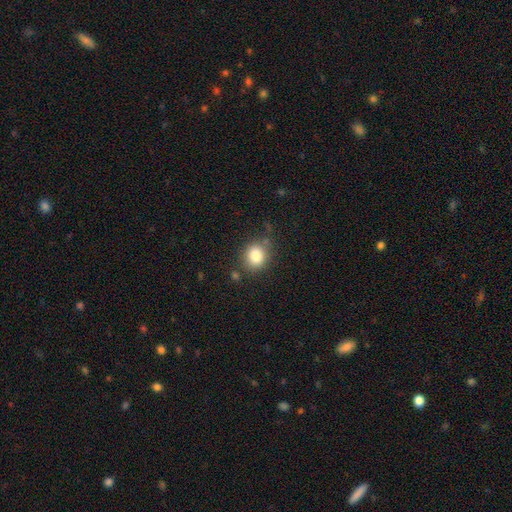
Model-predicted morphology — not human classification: This is clearly a smooth galaxy (82%). How rounded: likely round (72%). Merging: likely none (77%).